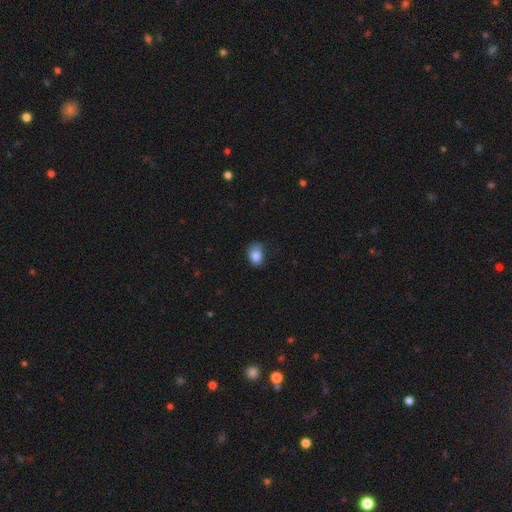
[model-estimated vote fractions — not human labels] A smooth galaxy with no disk features (82%) that is in between round and cigar-shaped (69%).

Vote fractions:
- Smooth or featured? smooth: 82% / featured or disk: 9% / star or artifact: 9%
- How rounded? in between: 69% / round: 30% / cigar-shaped: 1%
- Merging? none: 47% / minor disturbance: 38% / major disturbance: 13% / merger: 2%